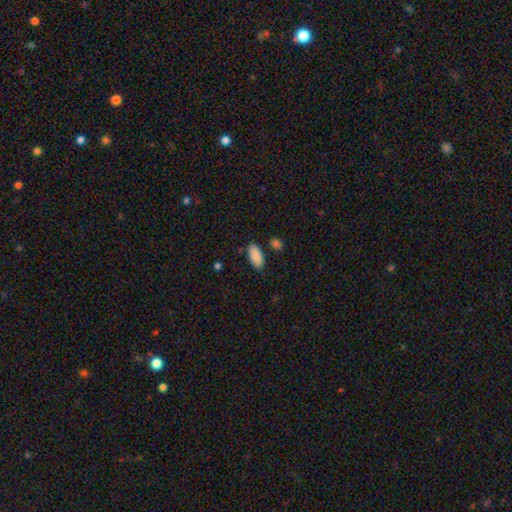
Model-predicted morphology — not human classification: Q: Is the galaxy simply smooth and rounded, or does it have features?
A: smooth — 89%.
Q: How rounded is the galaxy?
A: in between — 89%.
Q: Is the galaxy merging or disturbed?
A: none — 83%.